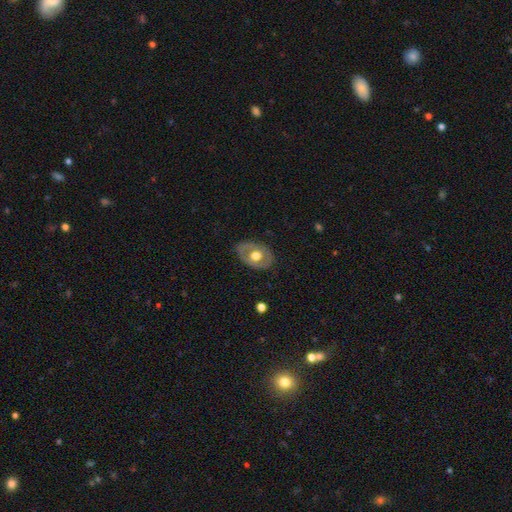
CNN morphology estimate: Overall: featured or disk (53%; smooth 42%). Edge-on disk: no (90%). Merging: none (78%).